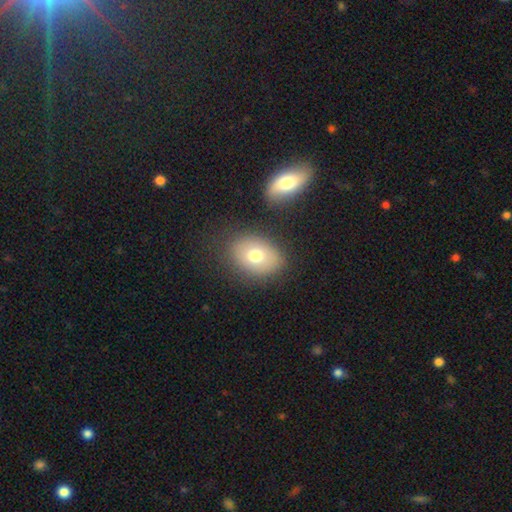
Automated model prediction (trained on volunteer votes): smooth_or_featured: smooth (p=0.71) [alt: featured or disk p=0.18]
how_rounded: in between (p=0.67) [alt: round p=0.32]
merging: none (p=0.79) [alt: minor disturbance p=0.12]